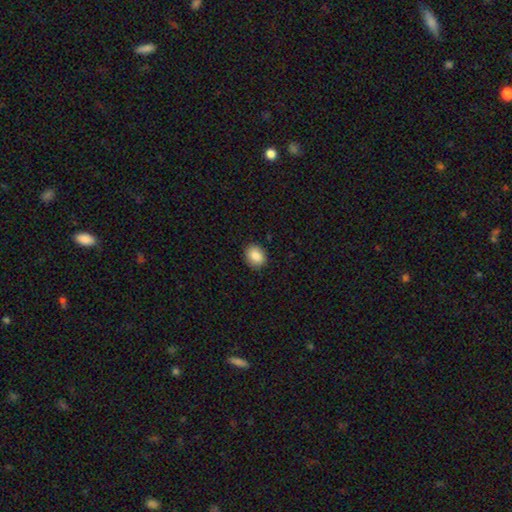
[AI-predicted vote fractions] Q: Smooth or featured?
A: smooth (87%); runner-up: star or artifact (8%)
Q: How rounded?
A: round (53%); runner-up: in between (46%)
Q: Merging?
A: none (89%); runner-up: minor disturbance (8%)